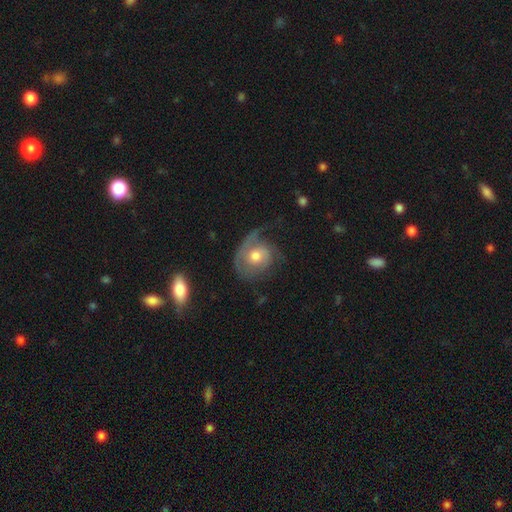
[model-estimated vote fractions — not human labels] smooth_or_featured: featured or disk (p=0.66) [alt: smooth p=0.27]
disk_edge_on: no (p=0.97) [alt: yes p=0.03]
bar: no (p=0.78) [alt: weak p=0.19]
has_spiral_arms: yes (p=0.83) [alt: no p=0.17]
spiral_winding: tight (p=0.44) [alt: medium p=0.33]
spiral_arm_count: 1 (p=0.48) [alt: 2 p=0.24]
bulge_size: moderate (p=0.70) [alt: small p=0.14]
merging: none (p=0.46) [alt: major disturbance p=0.29]